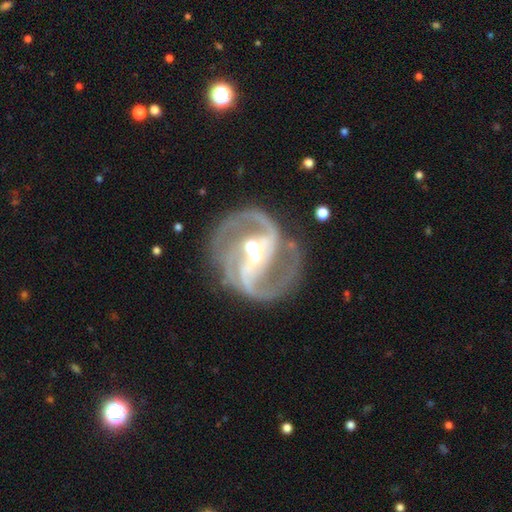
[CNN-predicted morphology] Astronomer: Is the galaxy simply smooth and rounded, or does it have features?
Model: featured or disk — 91%.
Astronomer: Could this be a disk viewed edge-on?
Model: no — 98%.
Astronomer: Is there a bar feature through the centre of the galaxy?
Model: strong — 53% (runner-up: weak, 30%).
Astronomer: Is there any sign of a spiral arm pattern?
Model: yes — 97%.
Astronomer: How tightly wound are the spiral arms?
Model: medium — 57%.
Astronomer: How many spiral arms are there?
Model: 2 — 79%.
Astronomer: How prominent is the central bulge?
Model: small — 54% (runner-up: moderate, 40%).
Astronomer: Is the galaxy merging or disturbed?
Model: none — 57%.